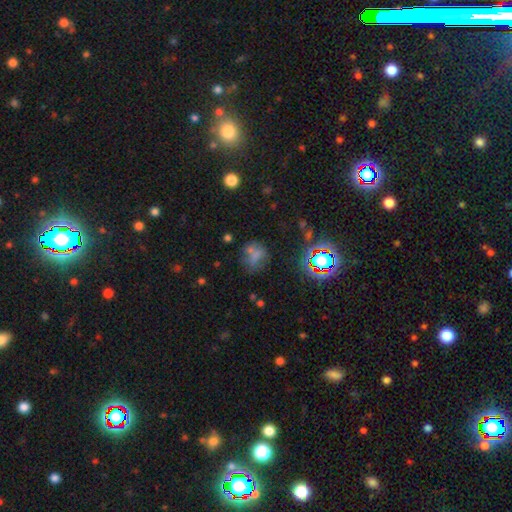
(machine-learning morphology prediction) smooth 44%, star or artifact 38%, featured or disk 18%. Down the decision tree: merging — none (55%).